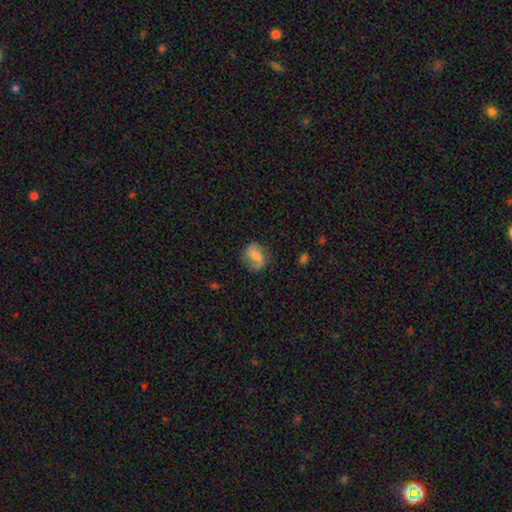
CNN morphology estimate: The model was most divided on "bulge size": moderate: 43%, small: 41%, none: 10%, large: 4%, dominant: 1%. Remaining: edge-on disk — no (97%); spiral arms — yes (92%); spiral arm count — 2 (85%); merging — none (73%); smooth or featured — featured or disk (66%); spiral winding — loose (48%); bar — weak (46%).